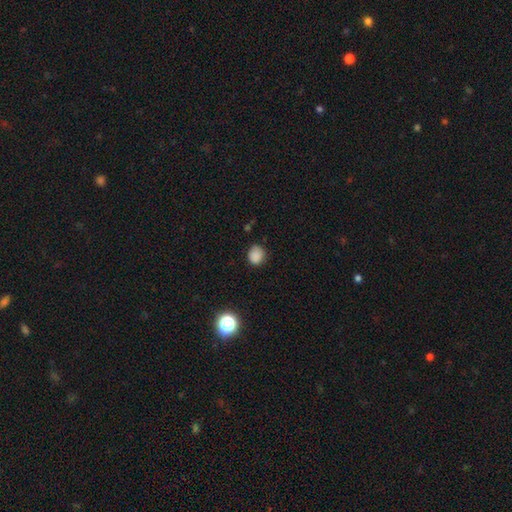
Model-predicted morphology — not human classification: type=smooth (84%); roundness=round (72%); merging=none (76%).